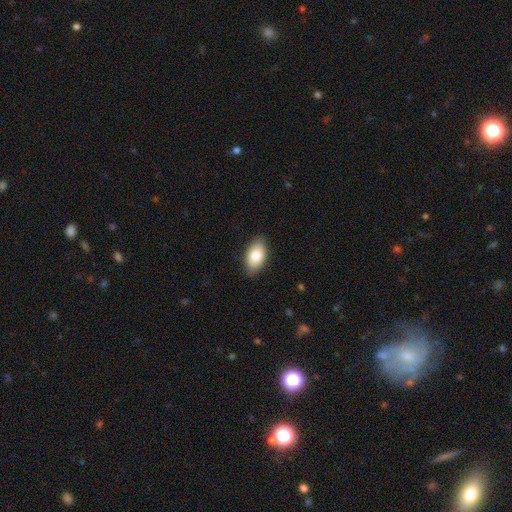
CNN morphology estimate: Smooth or featured? smooth (83%)
How rounded? in between (93%)
Merging? none (85%)